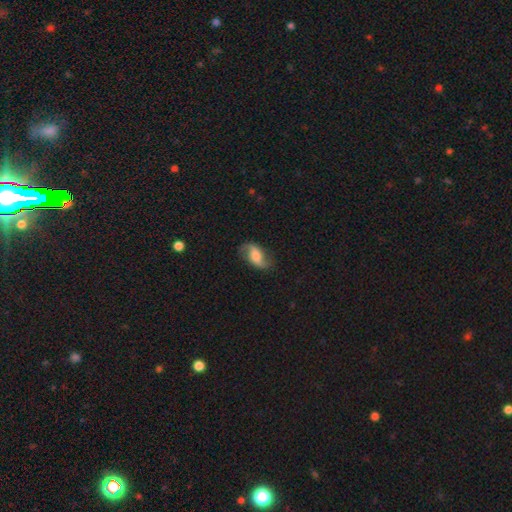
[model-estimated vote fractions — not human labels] Smooth or featured: featured or disk — 73% (smooth — 20%)
Edge-on disk: no — 96% (yes — 4%)
Bar: no — 44% (weak — 40%)
Spiral arms: yes — 94% (no — 6%)
Spiral winding: loose — 72% (medium — 22%)
Spiral arm count: 2 — 92% (1 — 3%)
Bulge size: moderate — 32% (large — 25%)
Merging: none — 77% (minor disturbance — 15%)